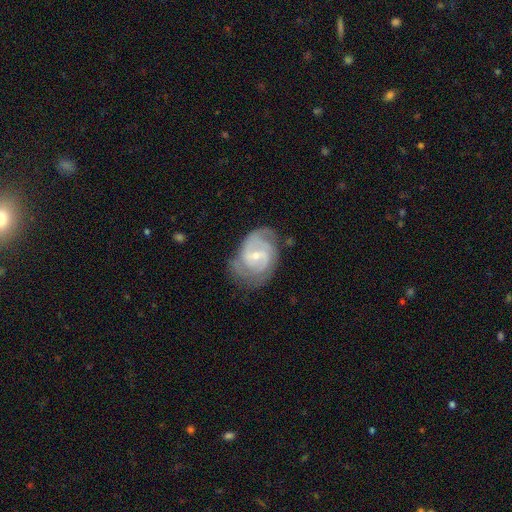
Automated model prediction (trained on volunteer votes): This appears to be a featured or disk galaxy (84%) with a weak bar (54%), 2 (58%) tight (45%) spiral arms (95%) and a small central bulge (63%). Merging: none (62%).